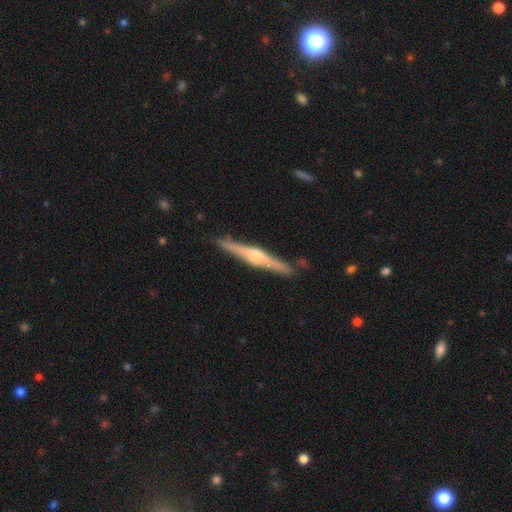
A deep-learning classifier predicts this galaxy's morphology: smooth-or-featured: featured or disk: 75% | smooth: 20% | star or artifact: 5%
  disk-edge-on: yes: 98% | no: 2%
    edge-on-bulge: rounded: 87% | boxy: 8% | none: 5%
  merging: none: 88% | minor disturbance: 8% | merger: 2% | major disturbance: 2%